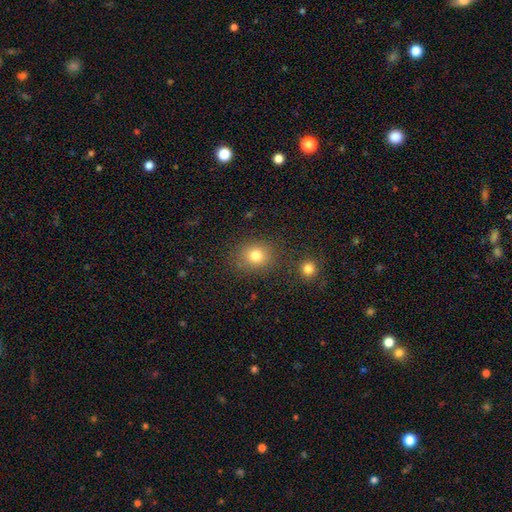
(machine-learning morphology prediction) Smooth or featured?
  - smooth: 80% *
  - star or artifact: 13%
  - featured or disk: 7%
How rounded?
  - round: 72% *
  - in between: 27%
  - cigar-shaped: 1%
Merging?
  - none: 81% *
  - minor disturbance: 10%
  - merger: 5%
  - major disturbance: 4%